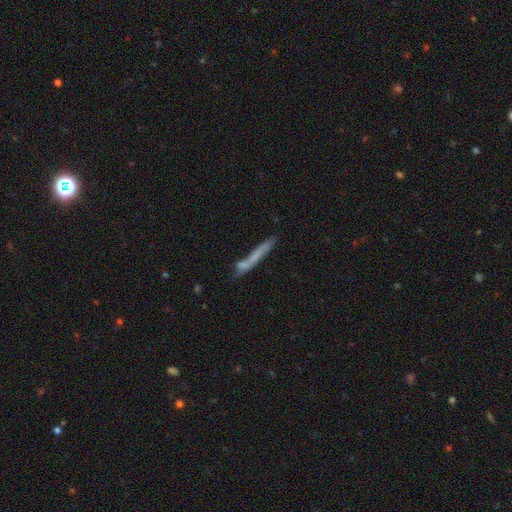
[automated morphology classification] Smooth or featured? Predicted: smooth (p=0.57). How rounded? Predicted: cigar-shaped (p=0.95). Merging? Predicted: none (p=0.64).